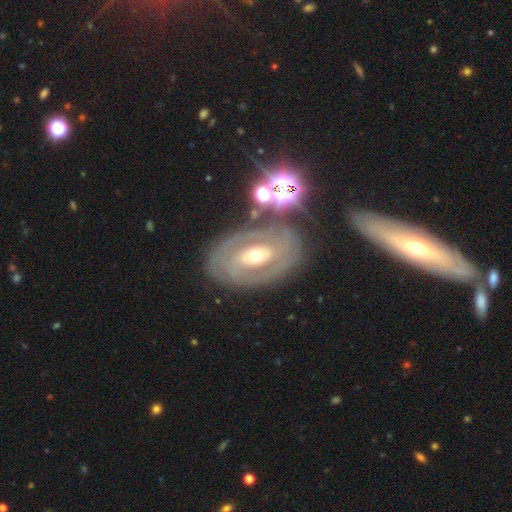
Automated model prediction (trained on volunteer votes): This appears to be a featured or disk galaxy (77%) with no bar (39%), 2 (51%) tight (63%) spiral arms (69%) and a moderate central bulge (63%). Merging: none (74%).